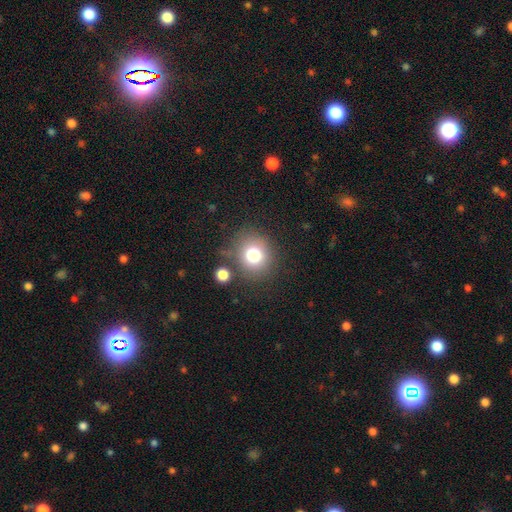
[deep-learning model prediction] This appears to be a smooth galaxy with no disk features (74%) that is round (88%). Merging: none (82%).